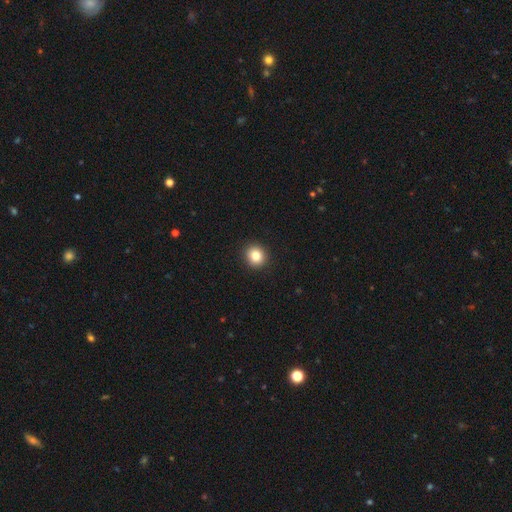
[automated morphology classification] Q: Smooth or featured?
A: smooth (83%); runner-up: star or artifact (10%)
Q: How rounded?
A: round (87%); runner-up: in between (12%)
Q: Merging?
A: none (92%); runner-up: minor disturbance (5%)